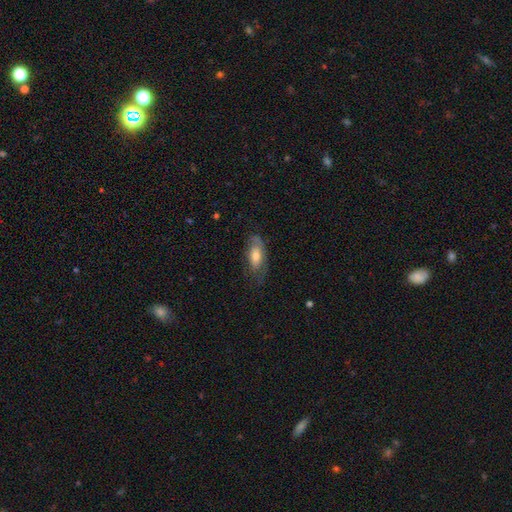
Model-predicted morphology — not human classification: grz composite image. It shows a smooth galaxy with no disk features (53%) that is in between round and cigar-shaped (85%). Merging: none (59%).